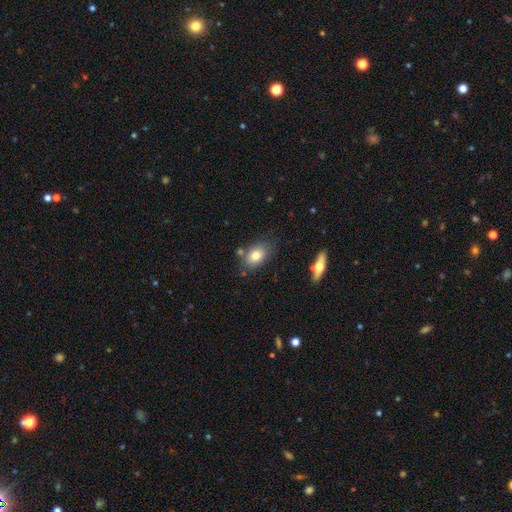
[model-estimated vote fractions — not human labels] Smooth or featured? Predicted: smooth (p=0.78). How rounded? Predicted: in between (p=0.84). Merging? Predicted: none (p=0.72).